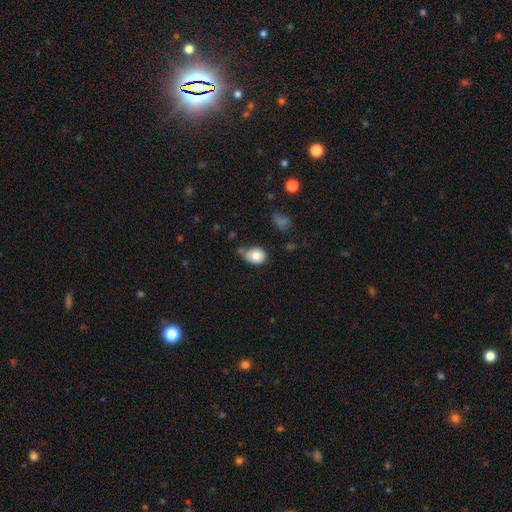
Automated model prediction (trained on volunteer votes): Q: Smooth or featured?
A: smooth (78%); runner-up: featured or disk (13%)
Q: How rounded?
A: in between (56%); runner-up: round (43%)
Q: Merging?
A: none (51%); runner-up: minor disturbance (33%)